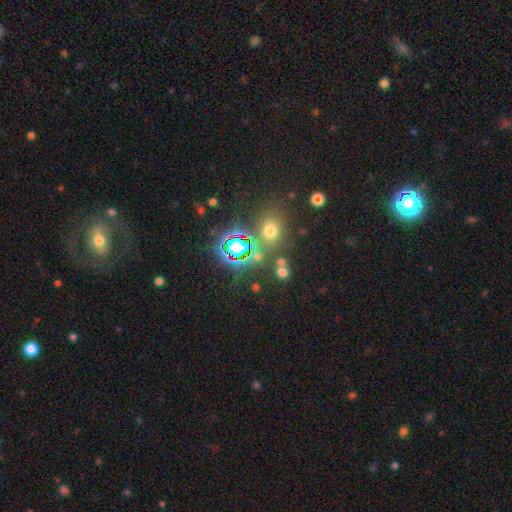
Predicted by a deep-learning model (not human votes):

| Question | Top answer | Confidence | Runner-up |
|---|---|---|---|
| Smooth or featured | star or artifact | 56% | smooth (35%) |